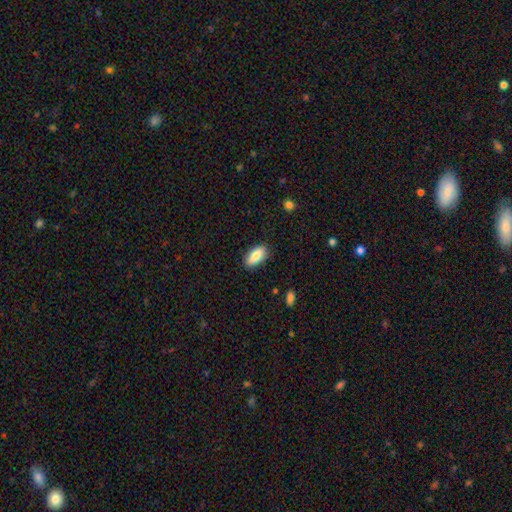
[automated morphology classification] The model was most divided on "smooth or featured": smooth: 84%, featured or disk: 9%, star or artifact: 6%. More confident: how rounded — in between (89%); merging — none (86%).